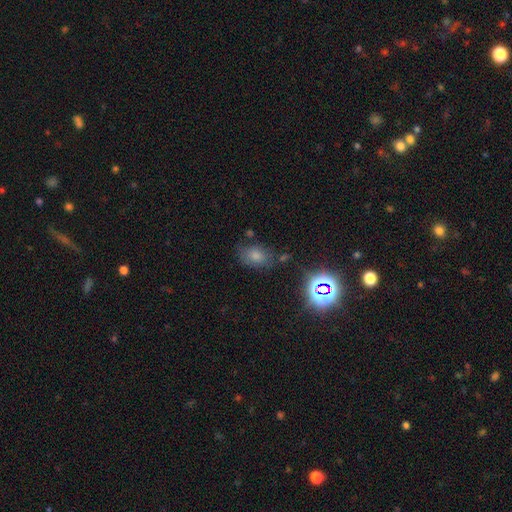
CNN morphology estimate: The model was most divided on "merging": none: 67%, minor disturbance: 20%, major disturbance: 7%, merger: 6%. More confident: how rounded — in between (74%); smooth or featured — smooth (68%).